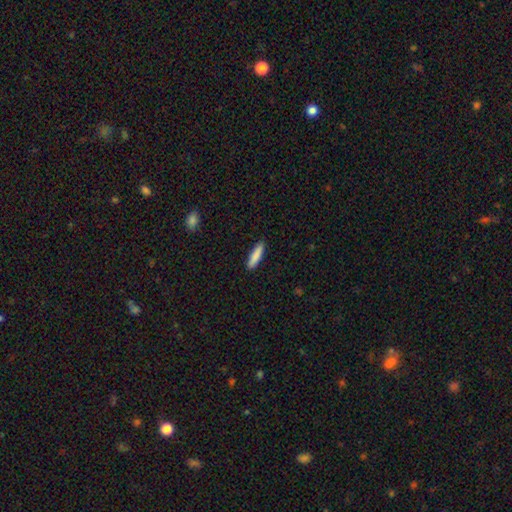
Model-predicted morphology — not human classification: smooth-or-featured: smooth: 86% | featured or disk: 8% | star or artifact: 6%
  how-rounded: cigar-shaped: 80% | in between: 18% | round: 1%
  merging: none: 90% | minor disturbance: 7% | major disturbance: 2% | merger: 1%